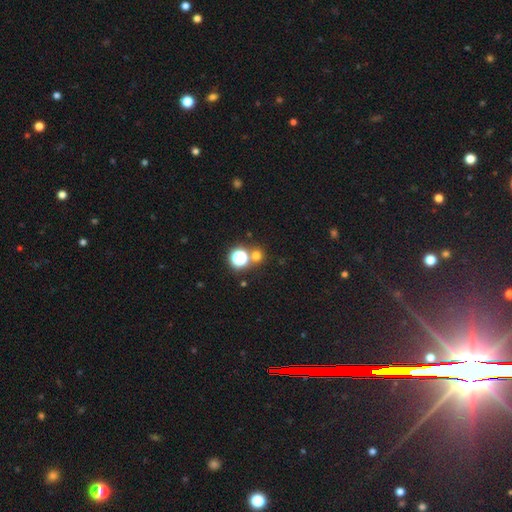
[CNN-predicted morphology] smooth-or-featured: smooth: 64% | star or artifact: 30% | featured or disk: 6%
  how-rounded: round: 90% | in between: 9% | cigar-shaped: 1%
  merging: none: 71% | merger: 20% | minor disturbance: 7% | major disturbance: 3%